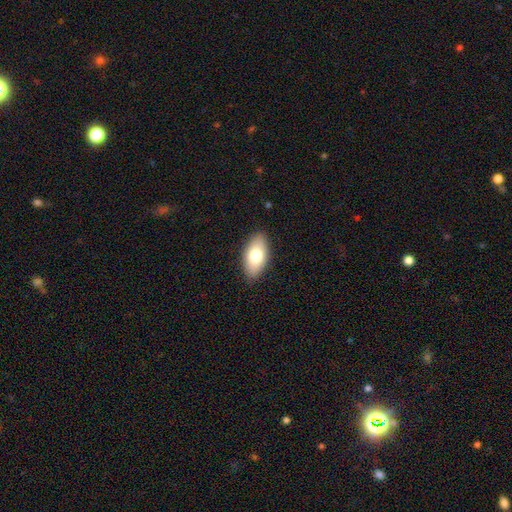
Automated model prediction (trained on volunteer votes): smooth-or-featured: smooth: 75% | featured or disk: 18% | star or artifact: 7%
  how-rounded: in between: 92% | cigar-shaped: 4% | round: 4%
  merging: none: 87% | minor disturbance: 10% | major disturbance: 2% | merger: 1%